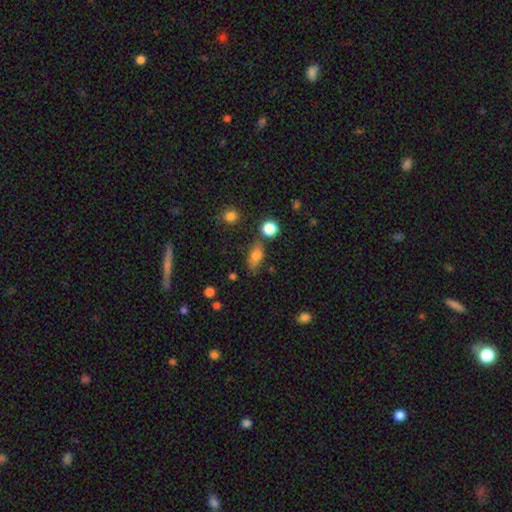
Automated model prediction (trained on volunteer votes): Morphology: type=smooth (77%); roundness=in between (78%); merging=none (69%).